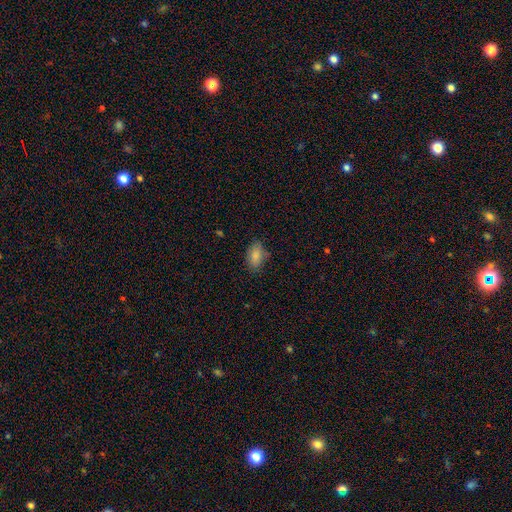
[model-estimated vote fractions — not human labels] A smooth galaxy with no disk features (85%) that is in between round and cigar-shaped (92%).

Vote fractions:
- Smooth or featured? smooth: 85% / featured or disk: 7% / star or artifact: 7%
- How rounded? in between: 92% / round: 5% / cigar-shaped: 3%
- Merging? none: 77% / minor disturbance: 18% / major disturbance: 4% / merger: 2%